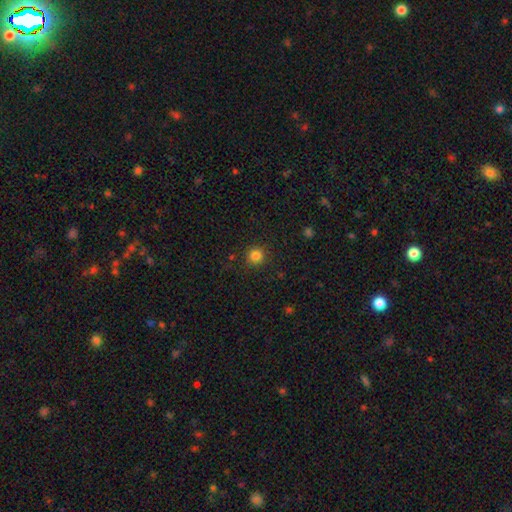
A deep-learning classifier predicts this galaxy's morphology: Smooth or featured?
  - smooth: 84% *
  - star or artifact: 12%
  - featured or disk: 4%
How rounded?
  - round: 94% *
  - in between: 5%
  - cigar-shaped: 1%
Merging?
  - none: 89% *
  - minor disturbance: 7%
  - major disturbance: 2%
  - merger: 1%